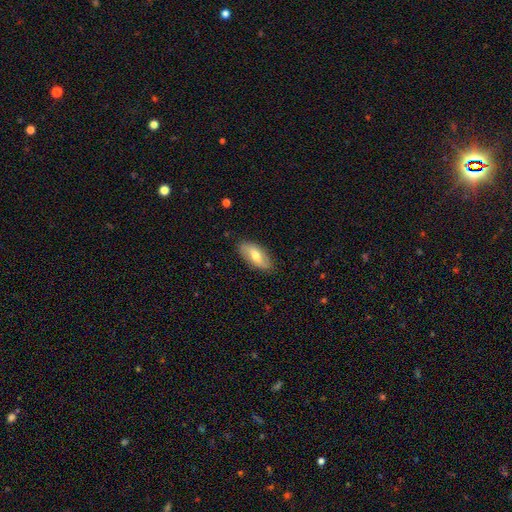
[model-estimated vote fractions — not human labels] Smooth or featured? smooth (54%)
How rounded? in between (88%)
Merging? none (86%)